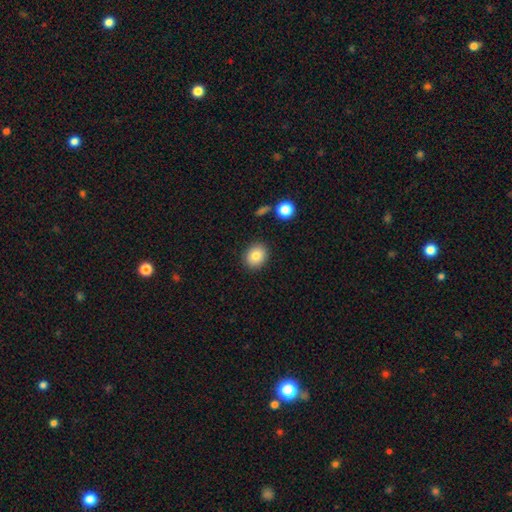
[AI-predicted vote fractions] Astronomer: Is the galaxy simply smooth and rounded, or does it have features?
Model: smooth — 82%.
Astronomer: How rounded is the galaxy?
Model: round — 67%.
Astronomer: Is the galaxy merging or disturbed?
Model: none — 89%.